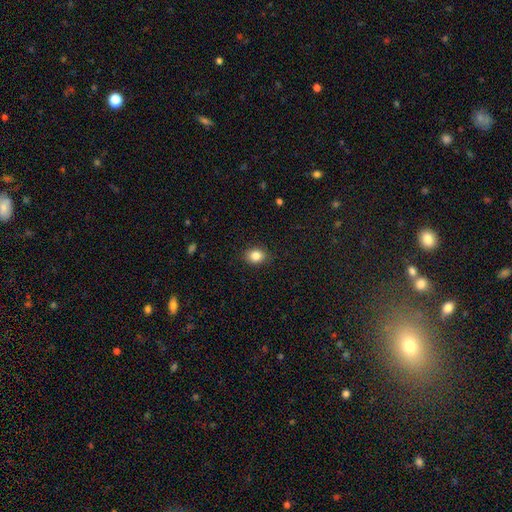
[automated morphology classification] type=smooth (84%); roundness=in between (54%); merging=none (88%).